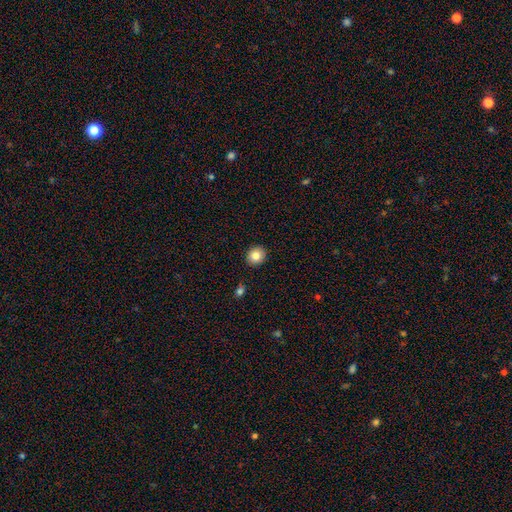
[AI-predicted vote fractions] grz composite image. It shows a smooth galaxy with no disk features (84%) that is round (80%). Merging: none (91%).